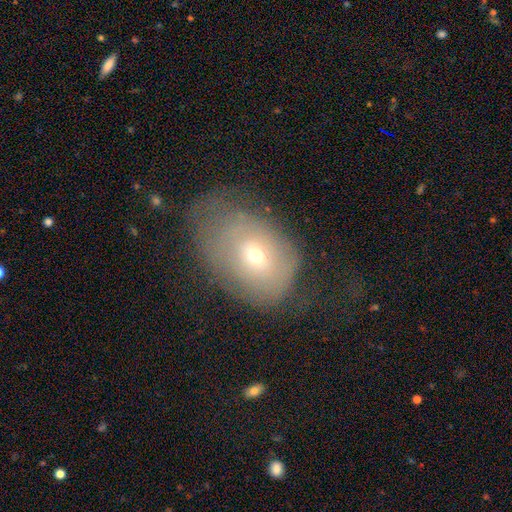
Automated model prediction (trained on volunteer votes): Q: Smooth or featured?
A: smooth (53%); runner-up: featured or disk (35%)
Q: How rounded?
A: in between (68%); runner-up: round (31%)
Q: Merging?
A: major disturbance (36%); runner-up: none (33%)